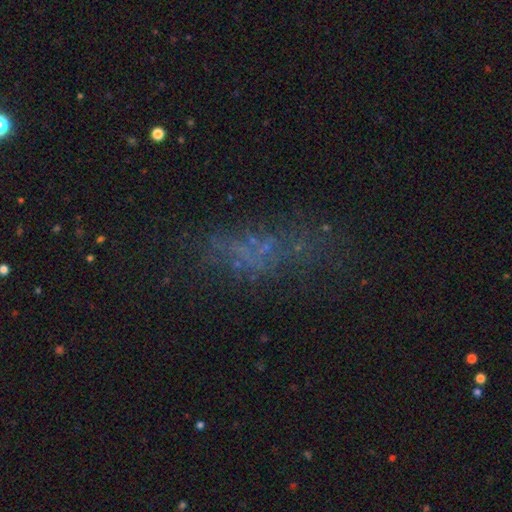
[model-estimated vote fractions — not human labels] Q: Smooth or featured?
A: featured or disk (35%); runner-up: star or artifact (34%)
Q: Merging?
A: none (48%); runner-up: major disturbance (27%)